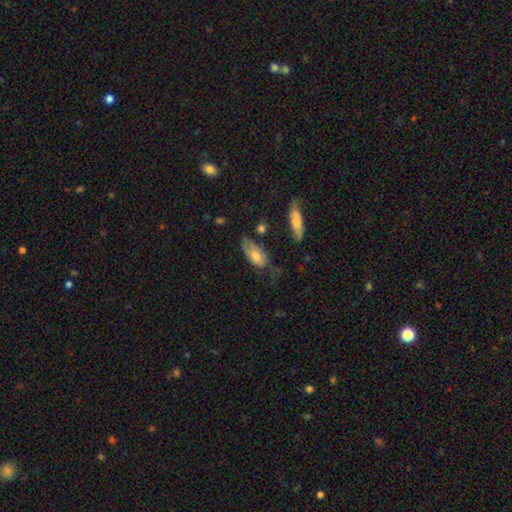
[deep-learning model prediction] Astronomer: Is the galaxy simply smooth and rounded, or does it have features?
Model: smooth — 67%.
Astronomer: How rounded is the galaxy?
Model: in between — 86%.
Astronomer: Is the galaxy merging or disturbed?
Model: none — 37%, tied with minor disturbance at 37%.